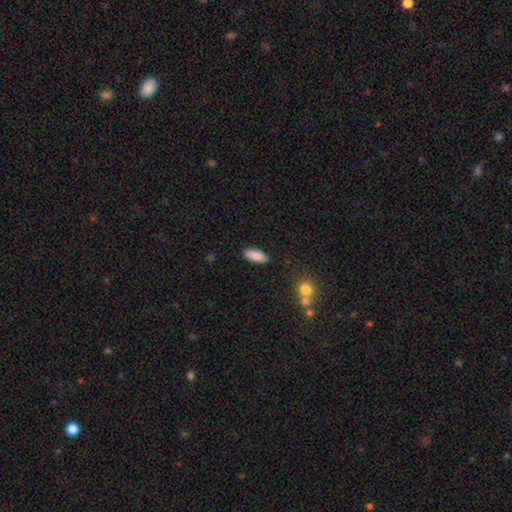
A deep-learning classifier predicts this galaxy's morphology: A smooth galaxy with no disk features (86%) that is in between round and cigar-shaped (74%).

Vote fractions:
- Smooth or featured? smooth: 86% / featured or disk: 7% / star or artifact: 6%
- How rounded? in between: 74% / cigar-shaped: 24% / round: 2%
- Merging? none: 87% / minor disturbance: 9% / major disturbance: 2% / merger: 2%